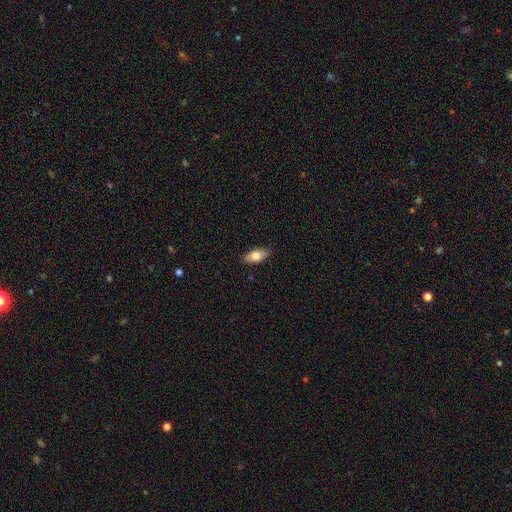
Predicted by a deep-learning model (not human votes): Smooth or featured?
  - smooth: 77% *
  - featured or disk: 17%
  - star or artifact: 6%
How rounded?
  - in between: 88% *
  - cigar-shaped: 9%
  - round: 3%
Merging?
  - none: 88% *
  - minor disturbance: 9%
  - major disturbance: 2%
  - merger: 1%